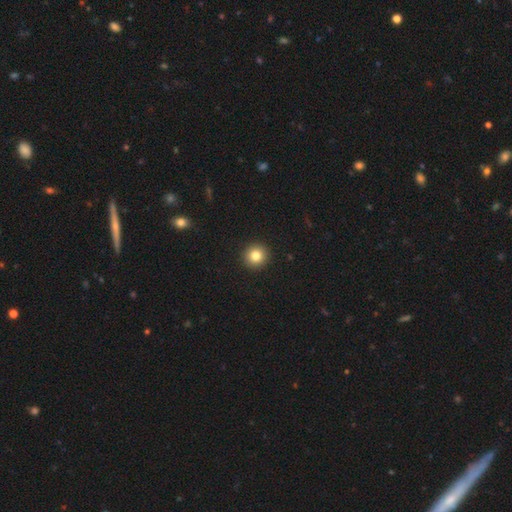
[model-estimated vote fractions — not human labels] smooth-or-featured: smooth: 82% | star or artifact: 11% | featured or disk: 7%
  how-rounded: round: 94% | in between: 5% | cigar-shaped: 1%
  merging: none: 94% | minor disturbance: 4% | major disturbance: 1% | merger: 1%